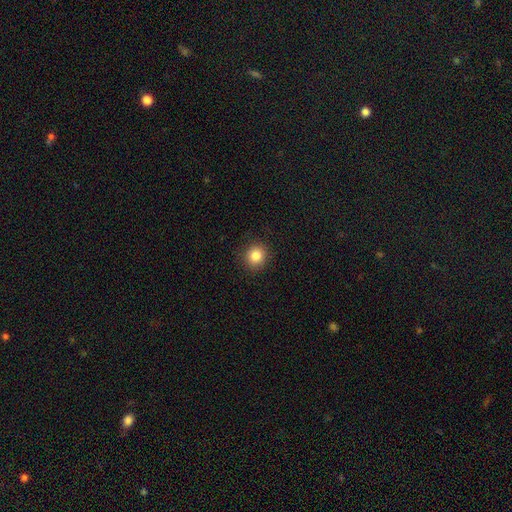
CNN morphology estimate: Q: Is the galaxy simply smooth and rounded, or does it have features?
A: smooth — 85%.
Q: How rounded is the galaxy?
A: round — 90%.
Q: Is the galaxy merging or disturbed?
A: none — 91%.